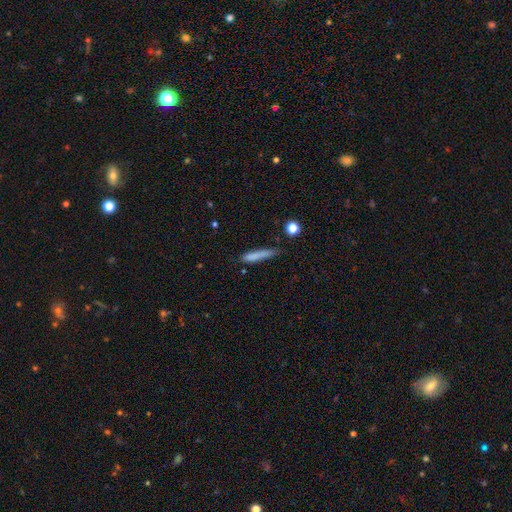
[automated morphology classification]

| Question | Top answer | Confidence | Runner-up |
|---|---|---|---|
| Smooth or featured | smooth | 78% | featured or disk (14%) |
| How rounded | cigar-shaped | 91% | in between (8%) |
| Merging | none | 71% | minor disturbance (21%) |